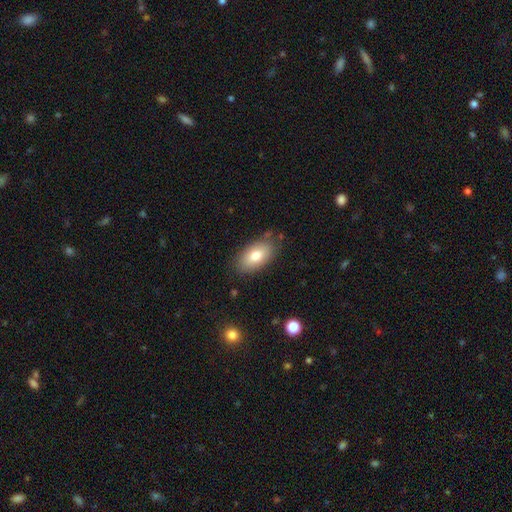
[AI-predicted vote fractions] smooth_or_featured: smooth (p=0.78) [alt: featured or disk p=0.15]
how_rounded: in between (p=0.92) [alt: round p=0.05]
merging: none (p=0.79) [alt: minor disturbance p=0.15]